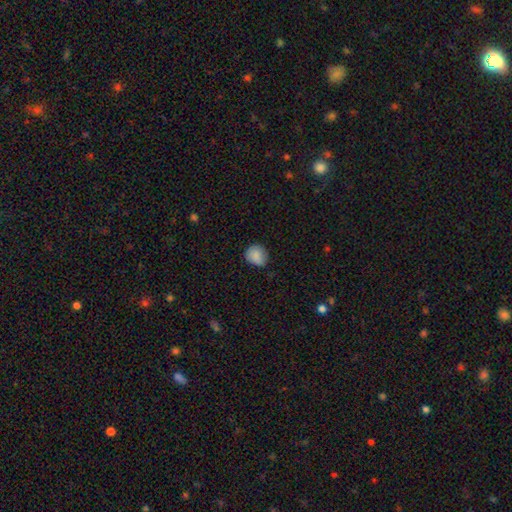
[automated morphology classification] A smooth galaxy with no disk features (86%) that is round (76%).

Vote fractions:
- Smooth or featured? smooth: 86% / star or artifact: 8% / featured or disk: 6%
- How rounded? round: 76% / in between: 23% / cigar-shaped: 1%
- Merging? none: 76% / minor disturbance: 19% / major disturbance: 4% / merger: 1%